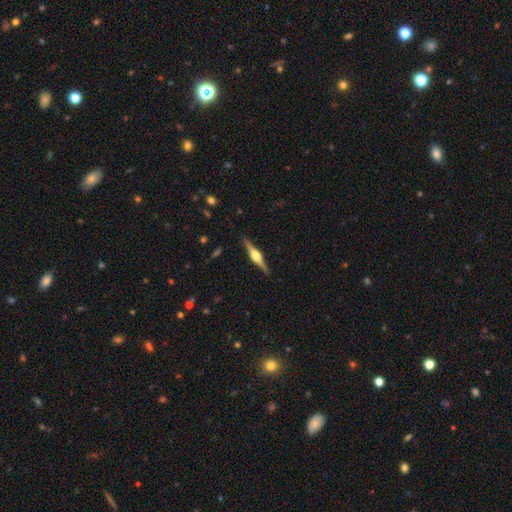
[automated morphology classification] The model was most divided on "smooth or featured": featured or disk: 82%, smooth: 13%, star or artifact: 5%. More confident: edge-on disk — yes (98%); edge-on bulge — rounded (93%); merging — none (91%).